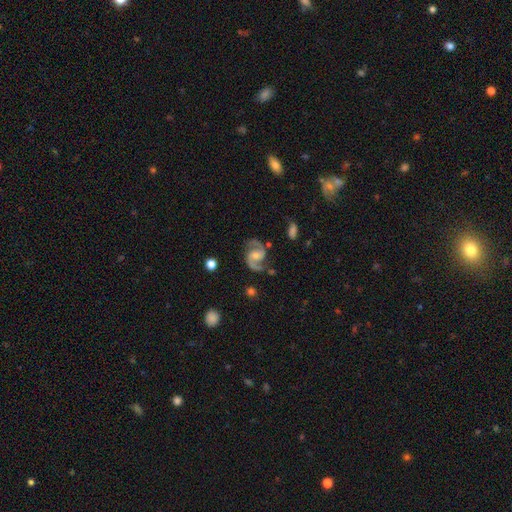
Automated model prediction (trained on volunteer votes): featured or disk 91%, star or artifact 5%, smooth 4%. Down the decision tree: edge-on disk — no (98%); bar — no (50%); spiral arms — yes (98%); spiral arm count — 2 (94%); spiral winding — medium (58%); bulge size — moderate (52%); merging — none (78%).